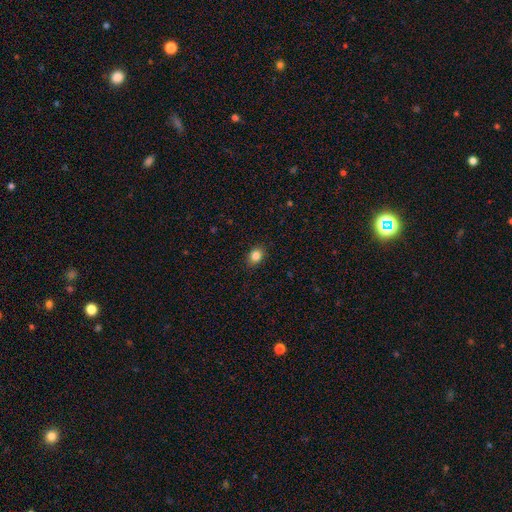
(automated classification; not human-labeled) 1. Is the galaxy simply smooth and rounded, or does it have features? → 85% smooth, 10% star or artifact, 5% featured or disk.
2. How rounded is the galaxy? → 56% in between, 43% round, 1% cigar-shaped.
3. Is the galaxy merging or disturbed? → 89% none, 8% minor disturbance, 2% major disturbance, 1% merger.